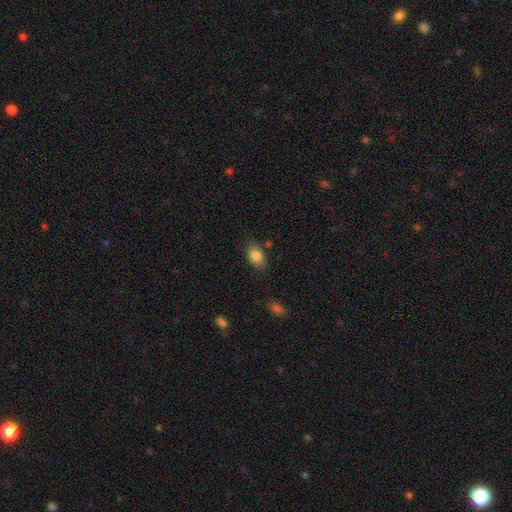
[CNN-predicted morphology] type=smooth (84%); roundness=in between (85%); merging=none (79%).